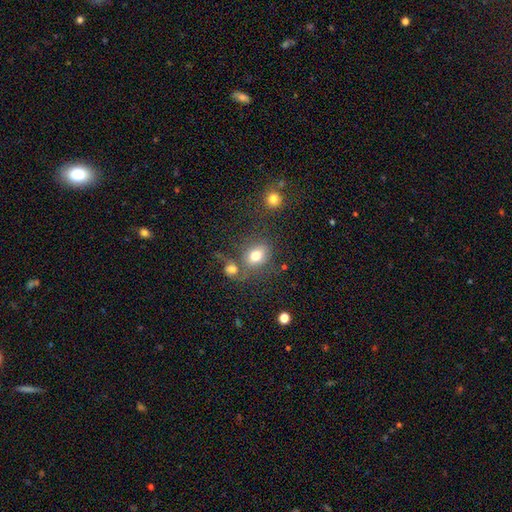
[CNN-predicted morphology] Smooth or featured? smooth (76%)
How rounded? in between (52%)
Merging? none (57%)